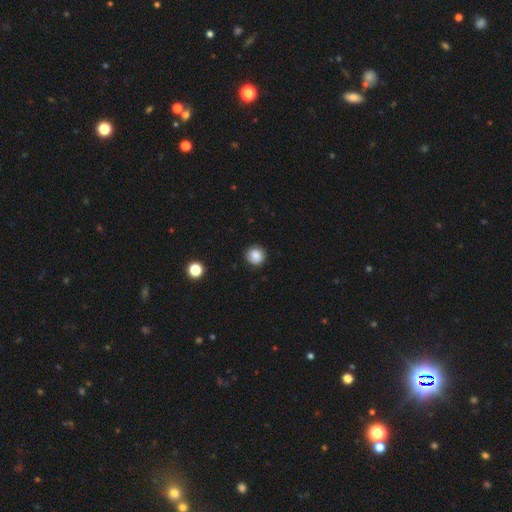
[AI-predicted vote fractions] A smooth galaxy with no disk features (85%) that is round (92%).

Vote fractions:
- Smooth or featured? smooth: 85% / star or artifact: 10% / featured or disk: 5%
- How rounded? round: 92% / in between: 7% / cigar-shaped: 1%
- Merging? none: 87% / minor disturbance: 9% / major disturbance: 2% / merger: 1%